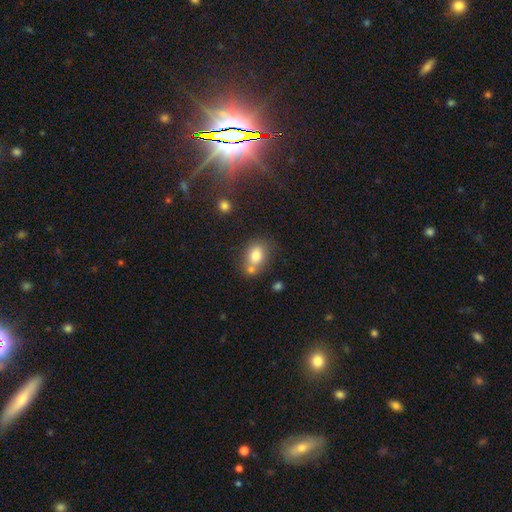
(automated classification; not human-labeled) Smooth or featured?
  - smooth: 77% *
  - featured or disk: 13%
  - star or artifact: 10%
How rounded?
  - in between: 60% *
  - round: 39%
  - cigar-shaped: 1%
Merging?
  - none: 51% *
  - merger: 31%
  - minor disturbance: 14%
  - major disturbance: 4%